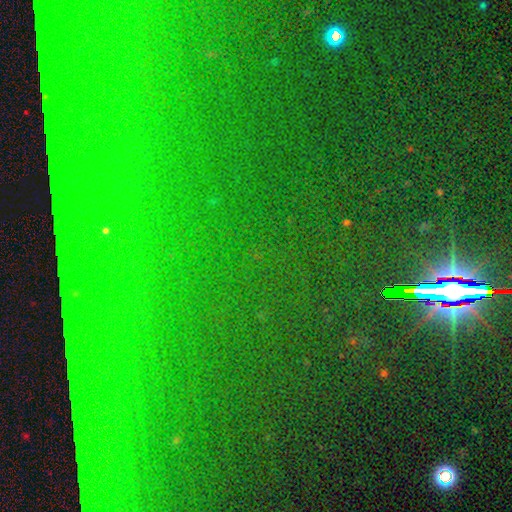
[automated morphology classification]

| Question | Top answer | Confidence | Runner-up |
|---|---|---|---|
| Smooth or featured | star or artifact | 83% | smooth (10%) |